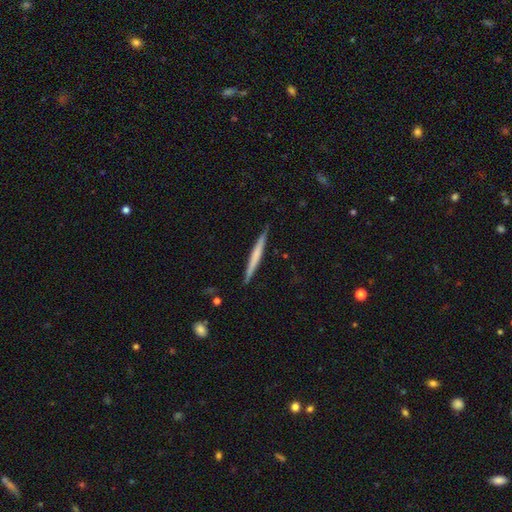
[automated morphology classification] A smooth galaxy with no disk features (50%) that is cigar-shaped (97%). Merging: none (90%).